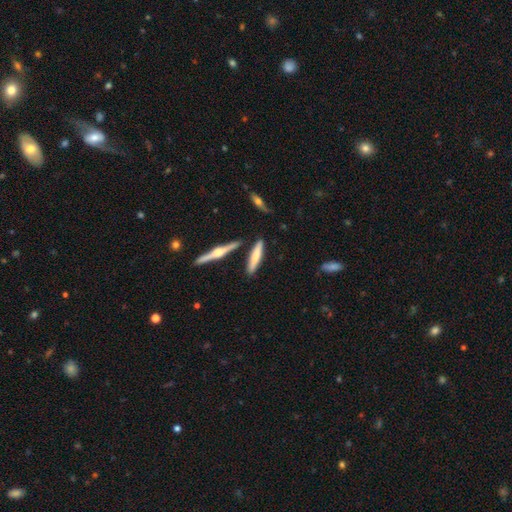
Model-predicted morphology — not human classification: Smooth or featured? Predicted: smooth (p=0.59). How rounded? Predicted: cigar-shaped (p=0.84). Merging? Predicted: none (p=0.79).